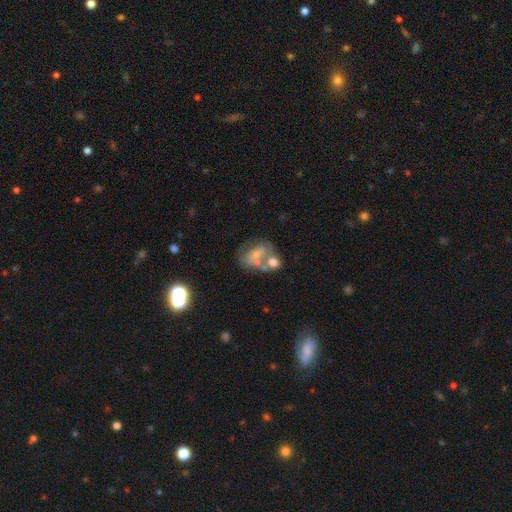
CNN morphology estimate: Overall: featured or disk (49%; smooth 40%). Merging: merger (41%; none 25%).